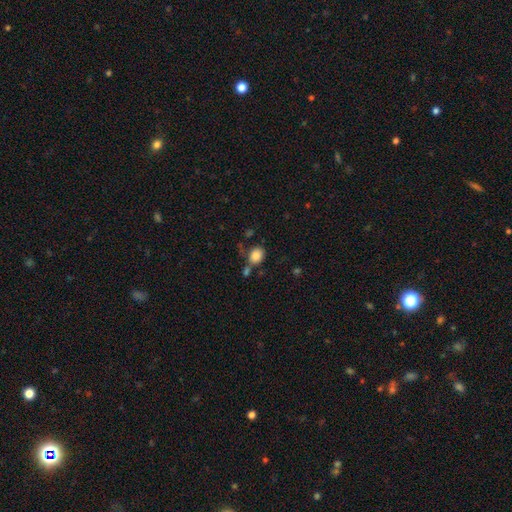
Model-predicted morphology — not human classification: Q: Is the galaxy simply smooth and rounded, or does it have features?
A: smooth — 84%.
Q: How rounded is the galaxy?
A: round — 58%.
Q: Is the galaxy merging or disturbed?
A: none — 62%.